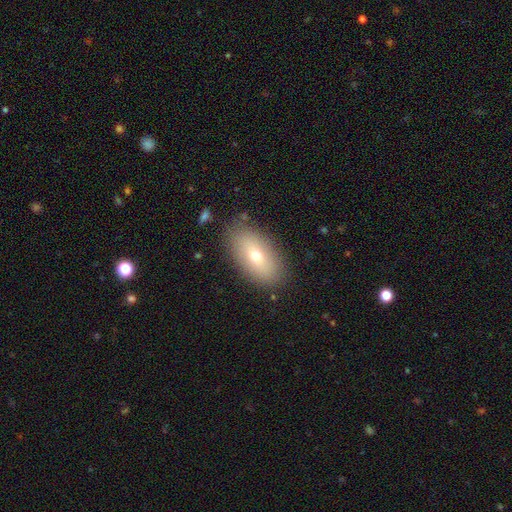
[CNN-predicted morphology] This is likely a smooth galaxy (67%). How rounded: clearly in between (90%). Merging: clearly none (84%).